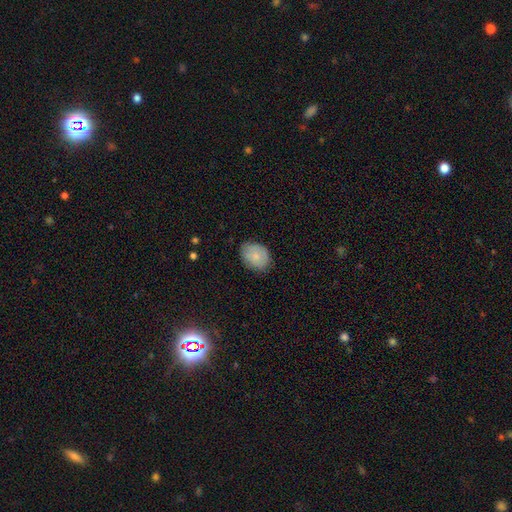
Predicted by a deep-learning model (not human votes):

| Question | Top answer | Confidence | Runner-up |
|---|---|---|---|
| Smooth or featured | smooth | 80% | featured or disk (14%) |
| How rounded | in between | 64% | round (35%) |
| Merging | none | 75% | minor disturbance (20%) |